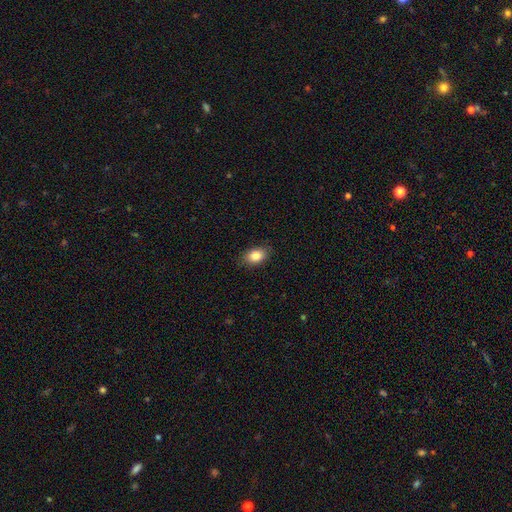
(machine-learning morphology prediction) This appears to be a smooth galaxy with no disk features (84%) that is in between round and cigar-shaped (82%). Merging: none (86%).